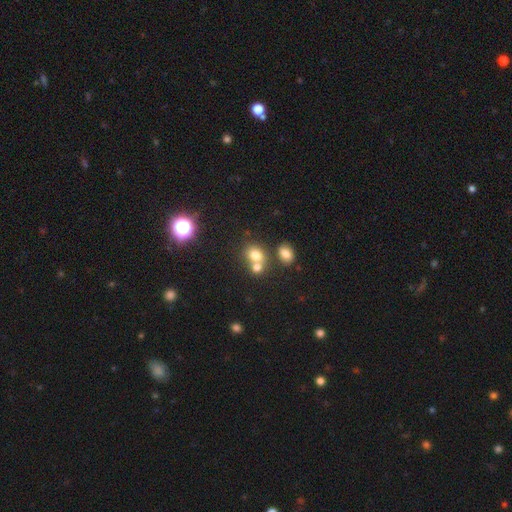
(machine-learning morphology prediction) type=smooth (74%); roundness=round (59%); merging=merger (49%).